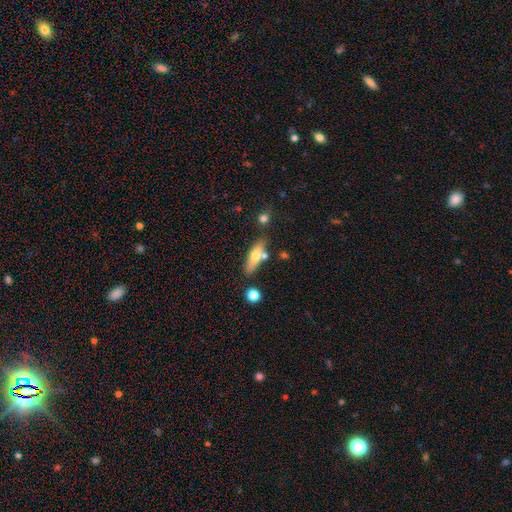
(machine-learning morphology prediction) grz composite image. It shows a smooth galaxy with no disk features (58%) that is cigar-shaped (53%). Merging: none (72%).